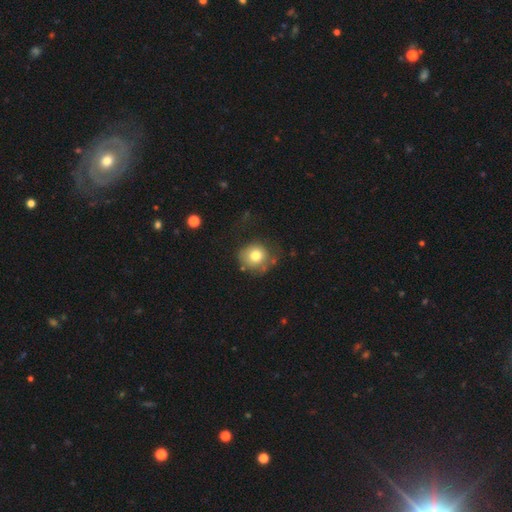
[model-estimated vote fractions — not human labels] smooth-or-featured: smooth: 75% | featured or disk: 15% | star or artifact: 10%
  how-rounded: round: 88% | in between: 11% | cigar-shaped: 1%
  merging: none: 59% | minor disturbance: 24% | major disturbance: 13% | merger: 4%